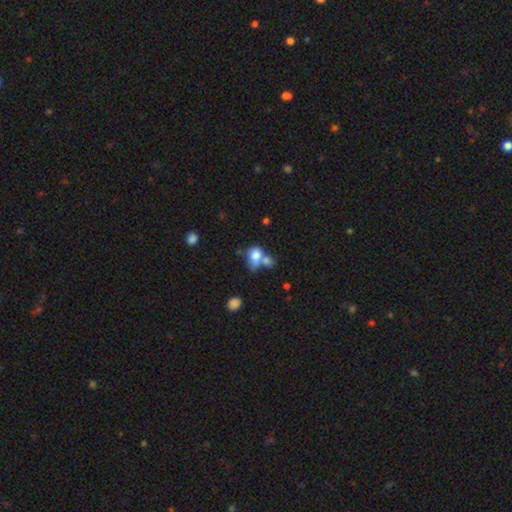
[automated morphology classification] A smooth galaxy with no disk features (74%) that is in between round and cigar-shaped (61%).

Vote fractions:
- Smooth or featured? smooth: 74% / featured or disk: 16% / star or artifact: 10%
- How rounded? in between: 61% / round: 37% / cigar-shaped: 2%
- Merging? merger: 59% / none: 22% / minor disturbance: 10% / major disturbance: 9%